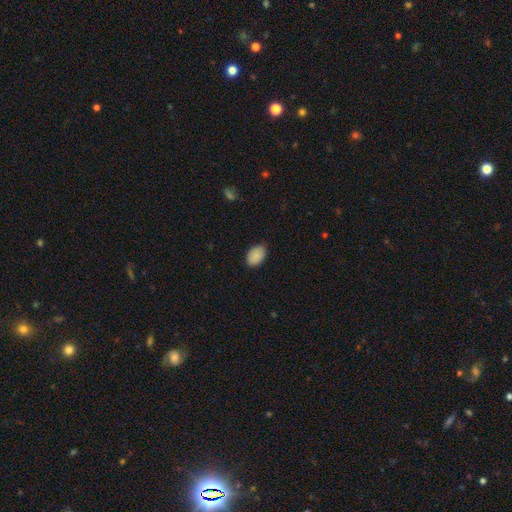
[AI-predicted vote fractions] smooth_or_featured: smooth (p=0.89) [alt: star or artifact p=0.07]
how_rounded: in between (p=0.88) [alt: round p=0.11]
merging: none (p=0.83) [alt: minor disturbance p=0.13]